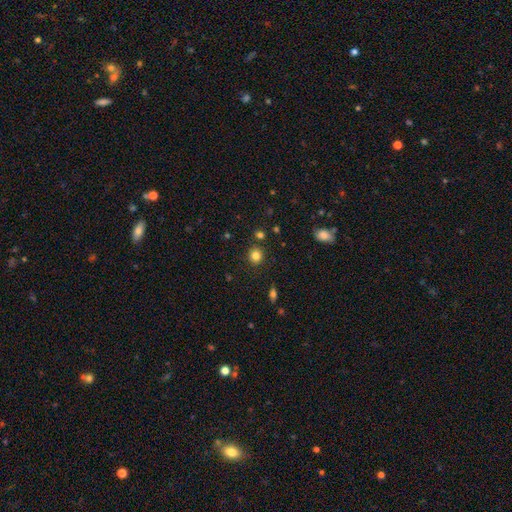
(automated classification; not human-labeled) This is clearly a smooth galaxy (82%). How rounded: clearly round (87%). Merging: clearly none (87%).